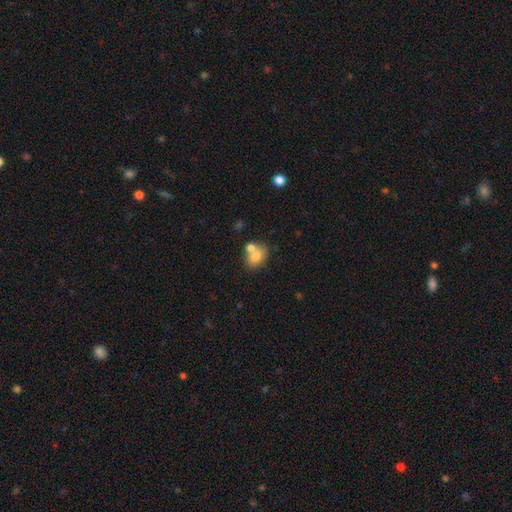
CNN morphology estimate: Smooth or featured?
  - smooth: 76% *
  - featured or disk: 14%
  - star or artifact: 10%
How rounded?
  - in between: 69% *
  - round: 30%
  - cigar-shaped: 1%
Merging?
  - none: 49% *
  - merger: 34%
  - minor disturbance: 13%
  - major disturbance: 4%